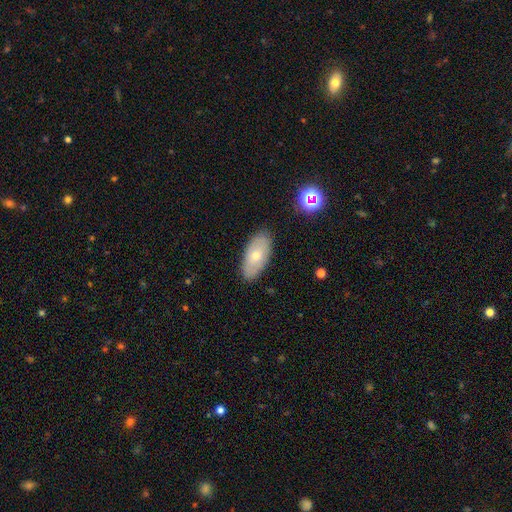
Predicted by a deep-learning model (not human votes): Morphology: type=smooth (58%); roundness=in between (90%); merging=none (86%).